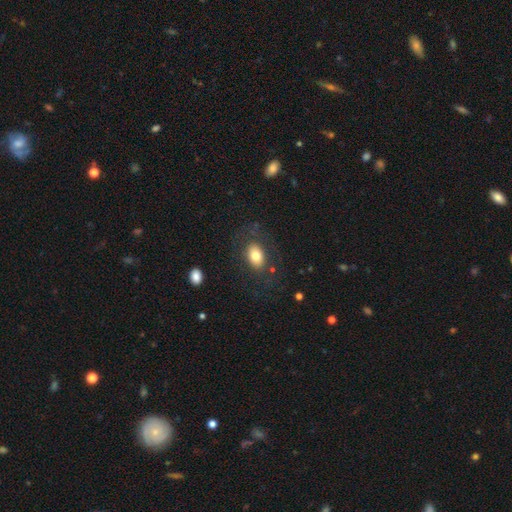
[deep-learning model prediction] Overall: smooth (77%). How rounded: in between (84%). Merging: none (77%).